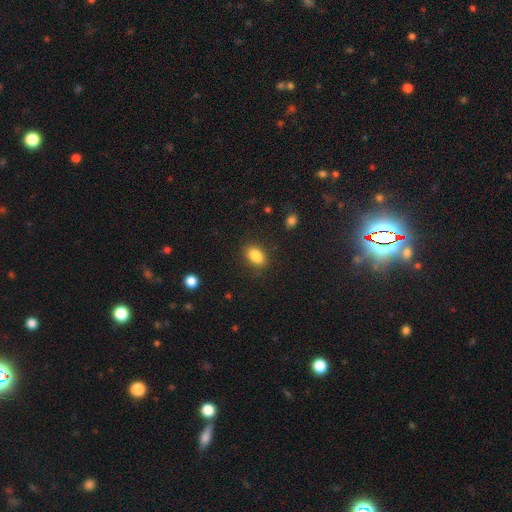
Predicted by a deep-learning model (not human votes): Smooth or featured?
  - smooth: 85% *
  - star or artifact: 9%
  - featured or disk: 6%
How rounded?
  - in between: 85% *
  - round: 13%
  - cigar-shaped: 2%
Merging?
  - none: 86% *
  - minor disturbance: 10%
  - major disturbance: 3%
  - merger: 1%